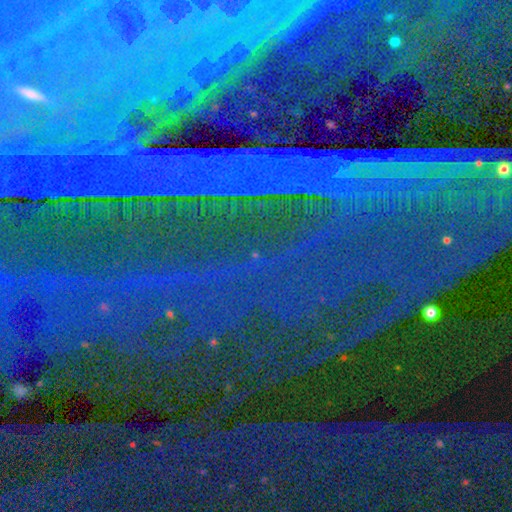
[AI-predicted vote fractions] Overall: star or artifact (86%).